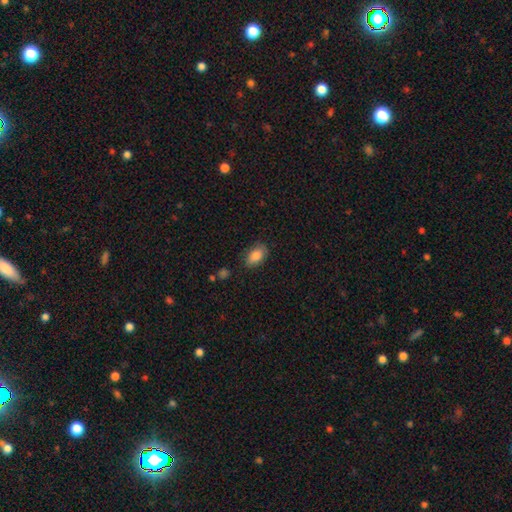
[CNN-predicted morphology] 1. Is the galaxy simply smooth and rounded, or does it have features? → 86% smooth, 7% star or artifact, 7% featured or disk.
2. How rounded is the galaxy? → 91% in between, 6% round, 2% cigar-shaped.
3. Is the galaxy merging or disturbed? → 79% none, 16% minor disturbance, 4% major disturbance, 2% merger.